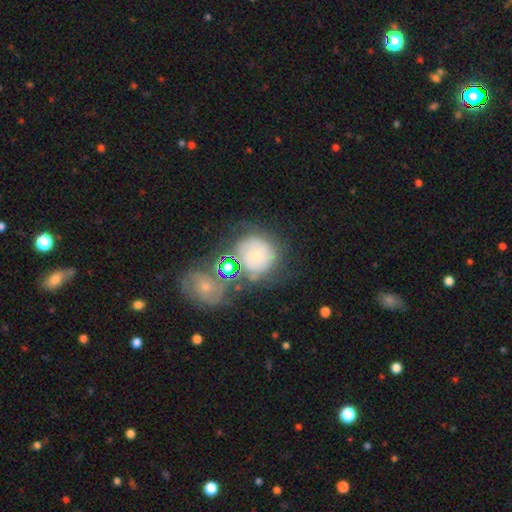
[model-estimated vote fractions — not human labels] Smooth or featured? Predicted: featured or disk (p=0.52). Edge-on disk? Predicted: no (p=0.97). Bar? Predicted: no (p=0.76). Spiral arms? Predicted: yes (p=0.82). Bulge size? Predicted: small (p=0.67). Merging? Predicted: none (p=0.52).